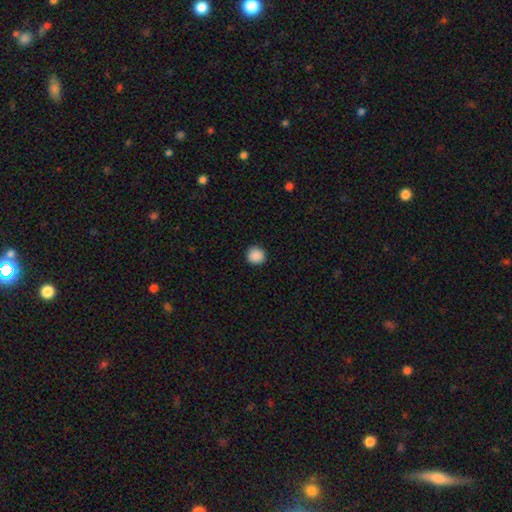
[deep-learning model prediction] The model was most divided on "smooth or featured": smooth: 89%, star or artifact: 9%, featured or disk: 2%. More confident: how rounded — round (93%); merging — none (91%).